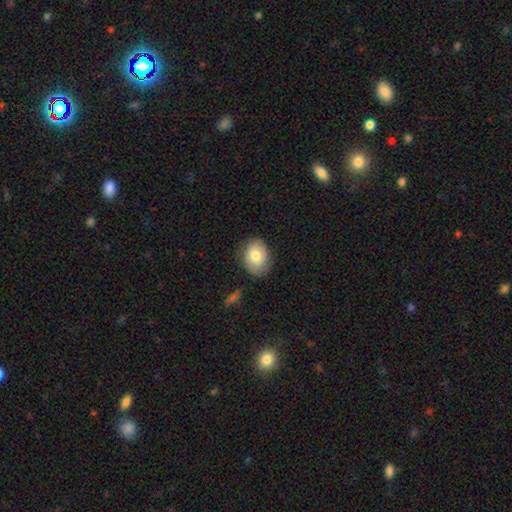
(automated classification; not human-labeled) The model was most divided on "how rounded": in between: 65%, round: 34%, cigar-shaped: 1%. More confident: merging — none (78%); smooth or featured — smooth (77%).